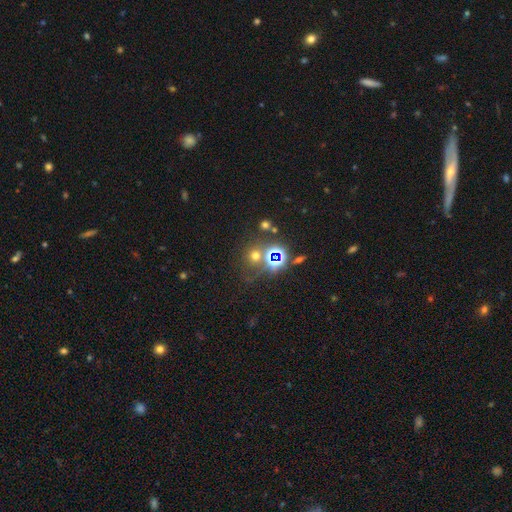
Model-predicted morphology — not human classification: Smooth or featured? smooth (50%)
Merging? none (67%)